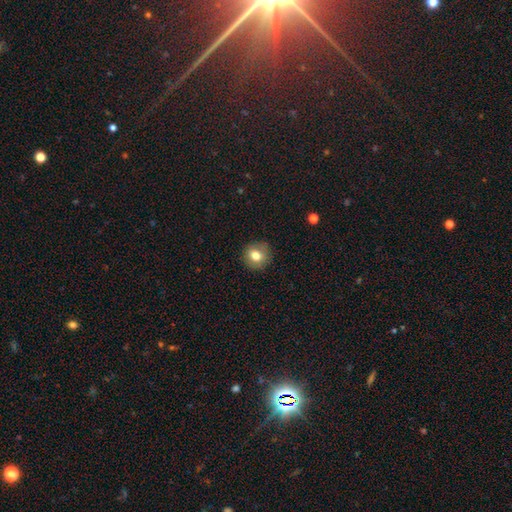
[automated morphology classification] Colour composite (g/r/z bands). It shows a smooth galaxy with no disk features (77%) that is round (86%). Merging: none (86%).